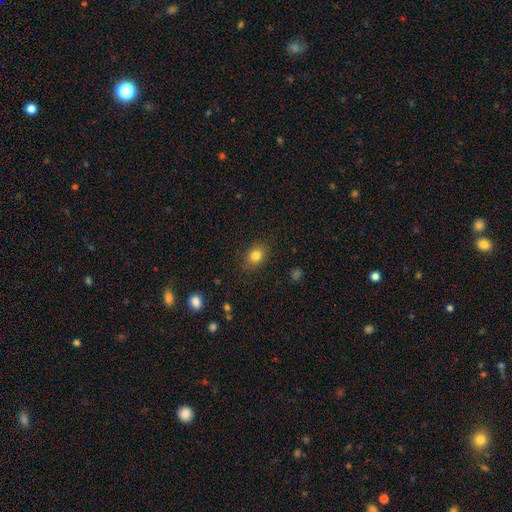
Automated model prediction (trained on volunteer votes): The model was most divided on "how rounded": in between: 54%, round: 45%, cigar-shaped: 1%. More confident: merging — none (86%); smooth or featured — smooth (81%).